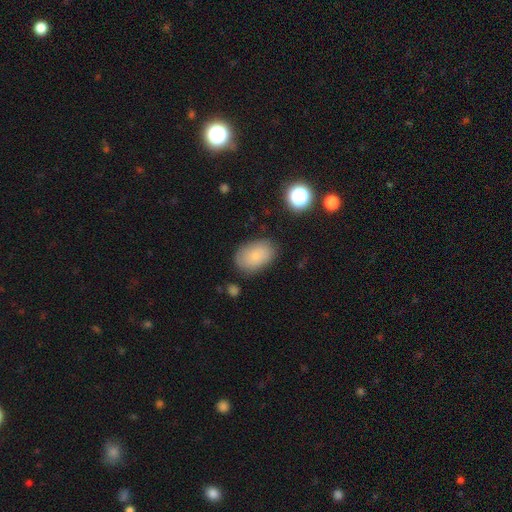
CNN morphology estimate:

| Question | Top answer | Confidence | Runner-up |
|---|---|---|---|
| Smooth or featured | smooth | 75% | featured or disk (17%) |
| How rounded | in between | 85% | round (14%) |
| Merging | none | 78% | minor disturbance (16%) |